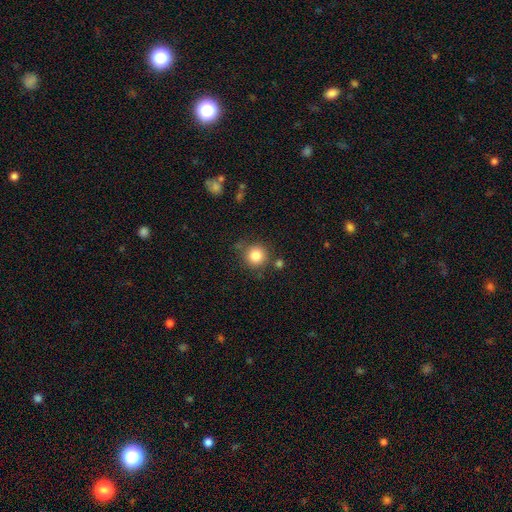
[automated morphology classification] The model was most divided on "merging": none: 80%, minor disturbance: 10%, merger: 6%, major disturbance: 3%. More confident: how rounded — round (93%); smooth or featured — smooth (84%).